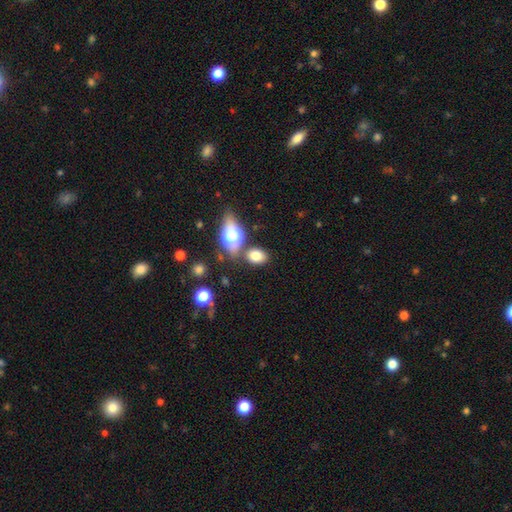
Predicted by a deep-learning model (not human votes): Smooth or featured: smooth — 77% (star or artifact — 15%)
How rounded: in between — 71% (round — 28%)
Merging: none — 72% (minor disturbance — 12%)